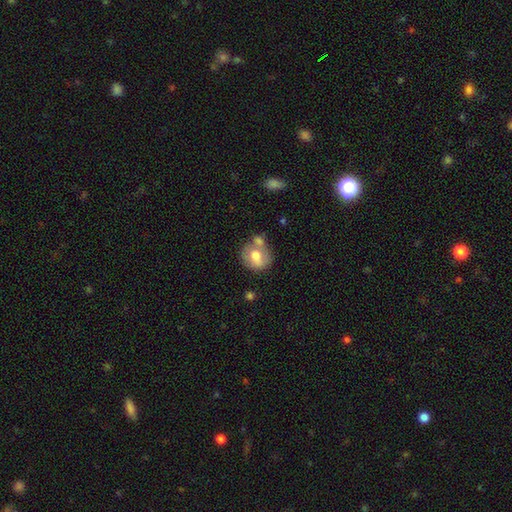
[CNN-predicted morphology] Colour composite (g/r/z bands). It shows a smooth galaxy with no disk features (65%) that is round (77%). Merging: none (51%).